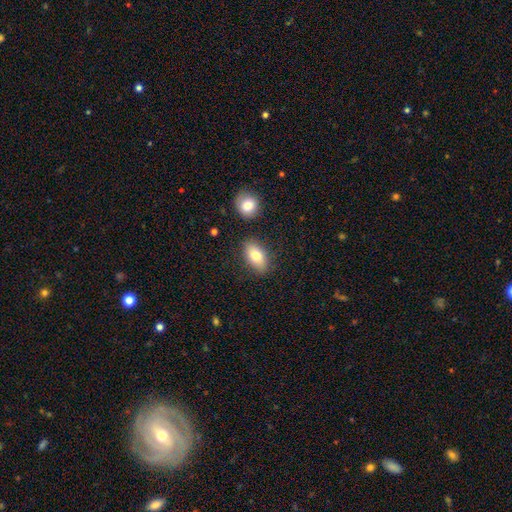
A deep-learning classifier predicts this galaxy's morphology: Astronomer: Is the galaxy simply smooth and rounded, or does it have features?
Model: smooth — 79%.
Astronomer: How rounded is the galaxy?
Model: in between — 90%.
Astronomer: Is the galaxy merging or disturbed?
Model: none — 80%.